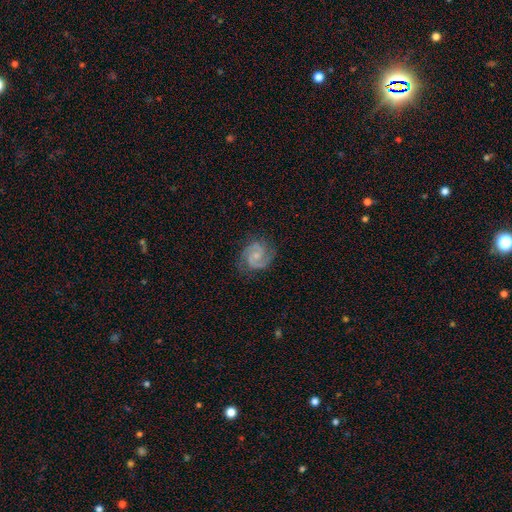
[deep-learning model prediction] Smooth or featured: featured or disk — 86% (smooth — 8%)
Edge-on disk: no — 98% (yes — 2%)
Bar: no — 59% (weak — 35%)
Spiral arms: yes — 98% (no — 2%)
Spiral winding: medium — 51% (tight — 39%)
Spiral arm count: 2 — 87% (3 — 5%)
Bulge size: small — 60% (moderate — 29%)
Merging: none — 78% (minor disturbance — 16%)